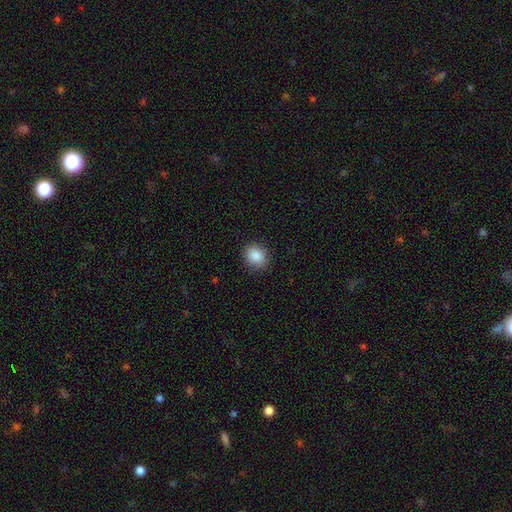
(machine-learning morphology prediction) Smooth or featured: smooth — 87% (star or artifact — 9%)
How rounded: round — 68% (in between — 31%)
Merging: none — 88% (minor disturbance — 9%)